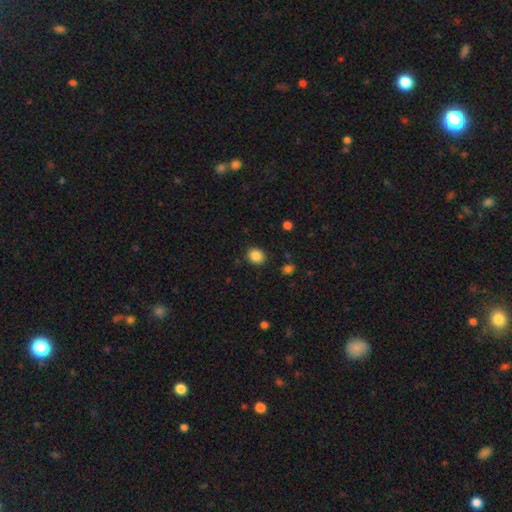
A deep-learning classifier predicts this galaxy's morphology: type=smooth (86%); roundness=round (64%); merging=none (88%).